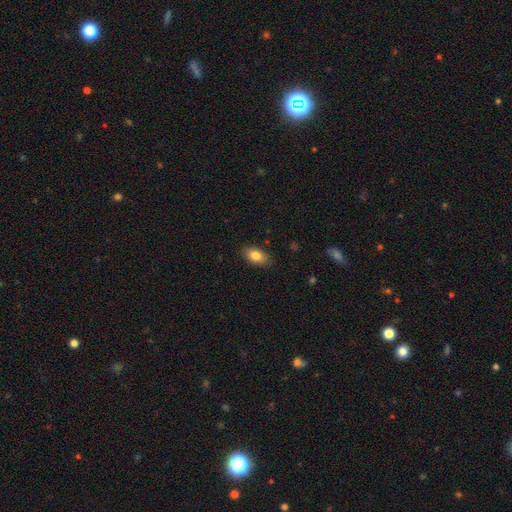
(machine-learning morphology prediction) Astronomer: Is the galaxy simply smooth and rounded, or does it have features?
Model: smooth — 84%.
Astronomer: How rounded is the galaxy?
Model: in between — 91%.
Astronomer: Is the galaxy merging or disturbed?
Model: none — 86%.